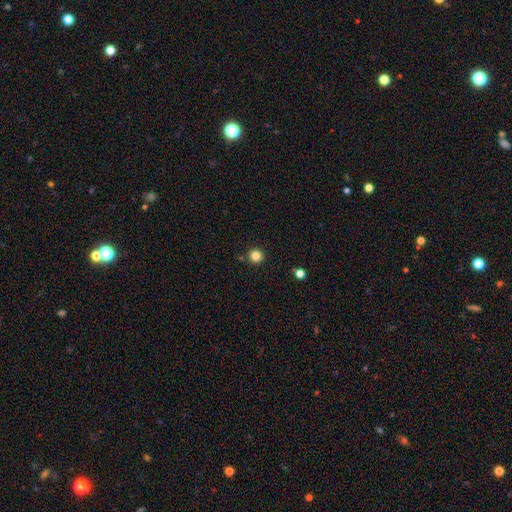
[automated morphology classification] A smooth galaxy with no disk features (83%) that is round (95%). Merging: none (90%).